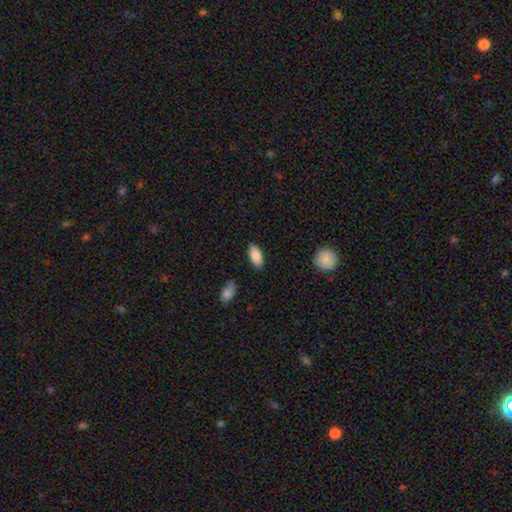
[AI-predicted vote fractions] This appears to be a smooth galaxy with no disk features (89%) that is in between round and cigar-shaped (91%). Merging: none (86%).